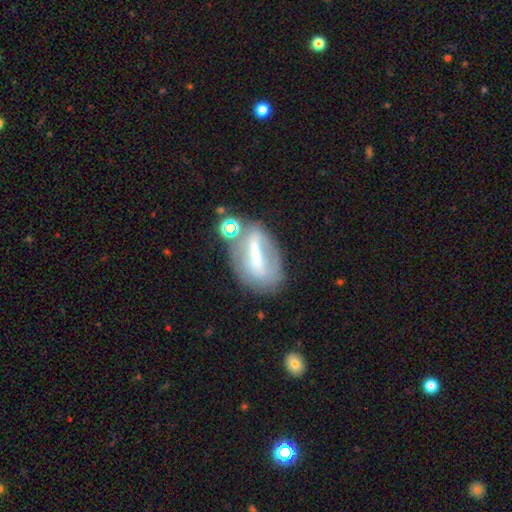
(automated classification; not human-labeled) A featured or disk galaxy (52%).

Vote fractions:
- Smooth or featured? featured or disk: 52% / smooth: 36% / star or artifact: 12%
- Edge-on disk? no: 86% / yes: 14%
- Merging? none: 45% / minor disturbance: 21% / merger: 18% / major disturbance: 16%